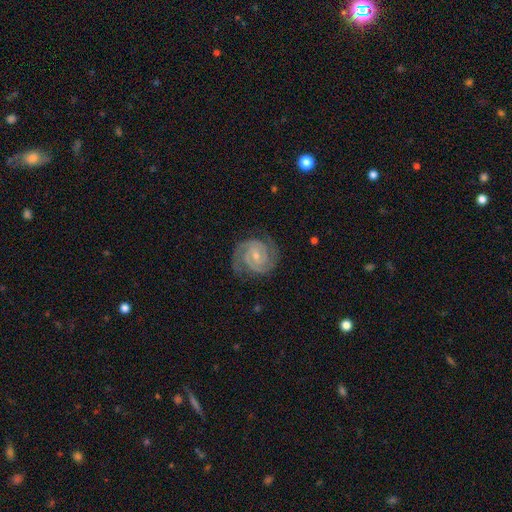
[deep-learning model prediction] This is clearly a featured or disk galaxy (92%). It is clearly not viewed edge-on (98%). Bar: possibly no (46%). Spiral arm pattern: clearly yes (99%). Spiral arm count: clearly 2 (82%). Spiral winding: likely tight (75%). Central bulge: likely small (63%). Merging: likely none (80%).